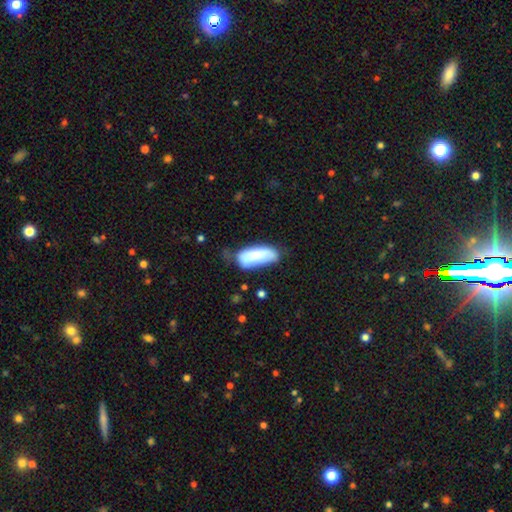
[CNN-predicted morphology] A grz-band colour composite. It shows a smooth galaxy with no disk features (77%) that is in between round and cigar-shaped (79%). Merging: none (46%).